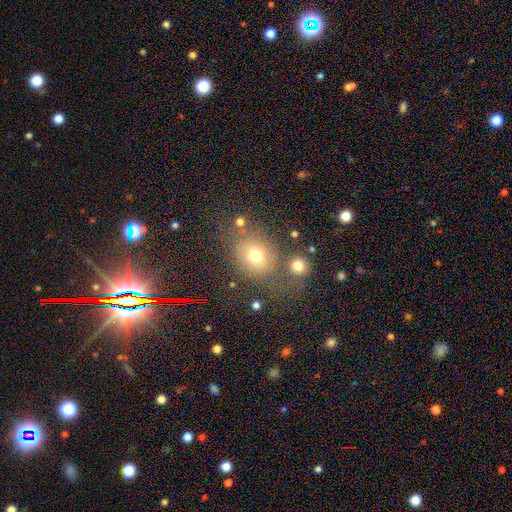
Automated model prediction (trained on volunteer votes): Smooth or featured? smooth (70%)
How rounded? round (63%)
Merging? none (61%)